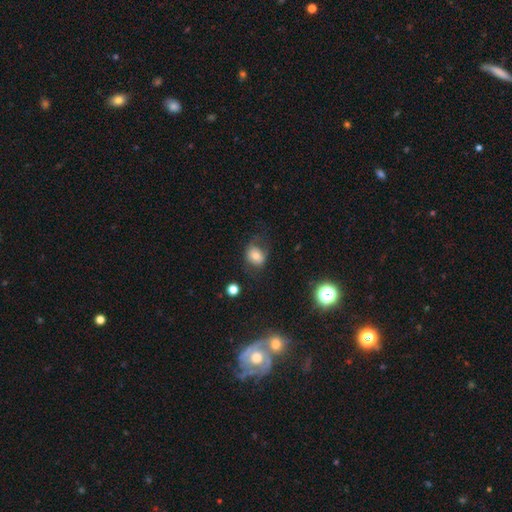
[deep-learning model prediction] A smooth galaxy with no disk features (69%) that is round (57%). Merging: none (54%).